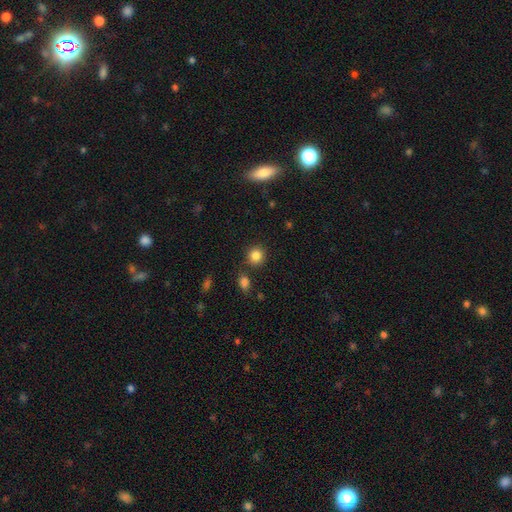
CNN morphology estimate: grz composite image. It shows a smooth galaxy with no disk features (84%) that is round (90%). Merging: none (81%).